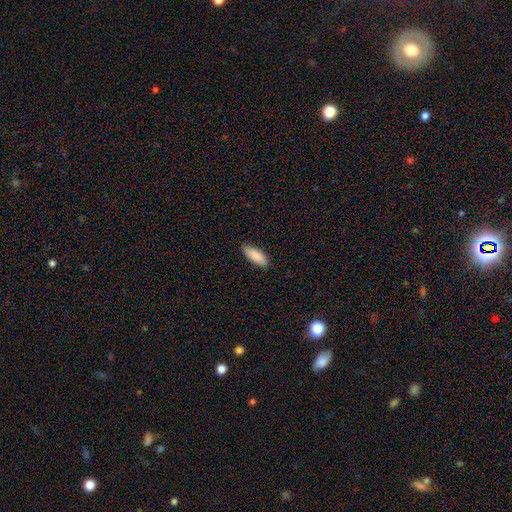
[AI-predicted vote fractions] Q: Smooth or featured?
A: smooth (90%); runner-up: star or artifact (6%)
Q: How rounded?
A: in between (73%); runner-up: cigar-shaped (26%)
Q: Merging?
A: none (88%); runner-up: minor disturbance (10%)